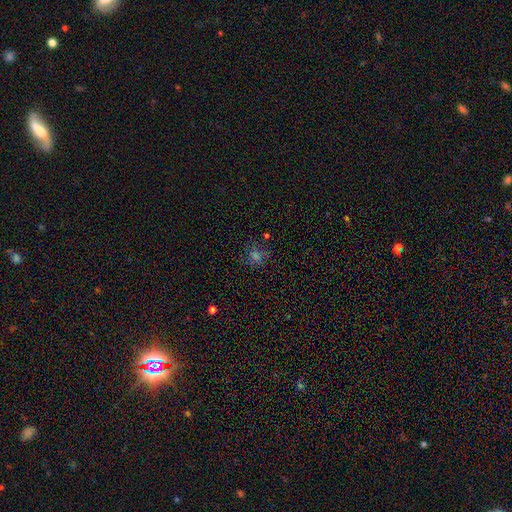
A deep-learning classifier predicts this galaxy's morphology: smooth-or-featured: smooth: 49% | star or artifact: 38% | featured or disk: 12%
  merging: none: 75% | minor disturbance: 14% | major disturbance: 7% | merger: 4%